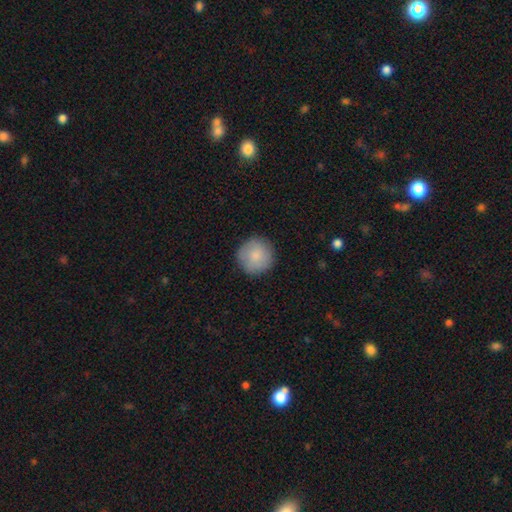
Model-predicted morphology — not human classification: A smooth galaxy with no disk features (85%) that is round (95%).

Vote fractions:
- Smooth or featured? smooth: 85% / featured or disk: 9% / star or artifact: 6%
- How rounded? round: 95% / in between: 4% / cigar-shaped: 1%
- Merging? none: 88% / minor disturbance: 9% / major disturbance: 2% / merger: 1%